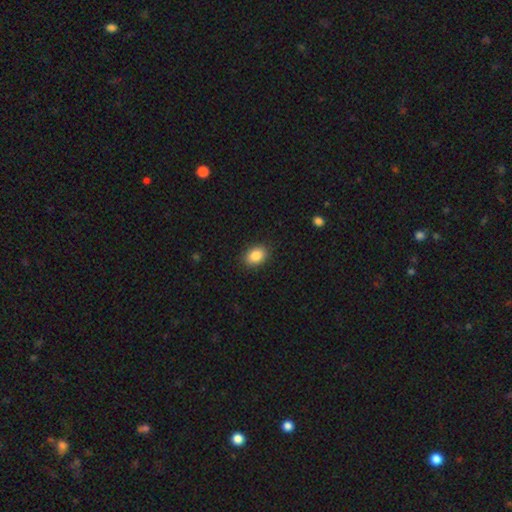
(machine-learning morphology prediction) A smooth galaxy with no disk features (87%) that is in between round and cigar-shaped (73%). Merging: none (89%).